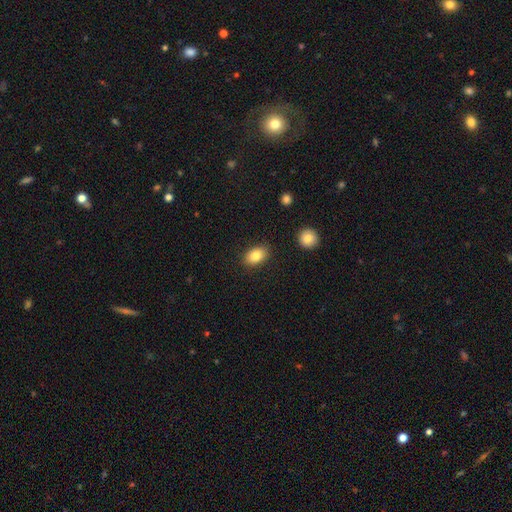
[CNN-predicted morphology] smooth_or_featured: smooth (p=0.84) [alt: featured or disk p=0.08]
how_rounded: in between (p=0.85) [alt: round p=0.14]
merging: none (p=0.86) [alt: minor disturbance p=0.10]